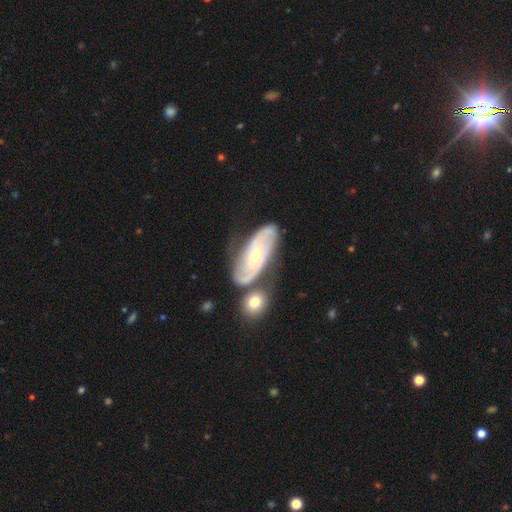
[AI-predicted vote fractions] Smooth or featured: featured or disk — 84% (smooth — 11%)
Edge-on disk: no — 94% (yes — 6%)
Bar: no — 56% (weak — 34%)
Spiral arms: yes — 95% (no — 5%)
Spiral winding: tight — 45% (medium — 40%)
Spiral arm count: 2 — 71% (can't tell — 15%)
Bulge size: small — 57% (moderate — 40%)
Merging: none — 58% (minor disturbance — 18%)